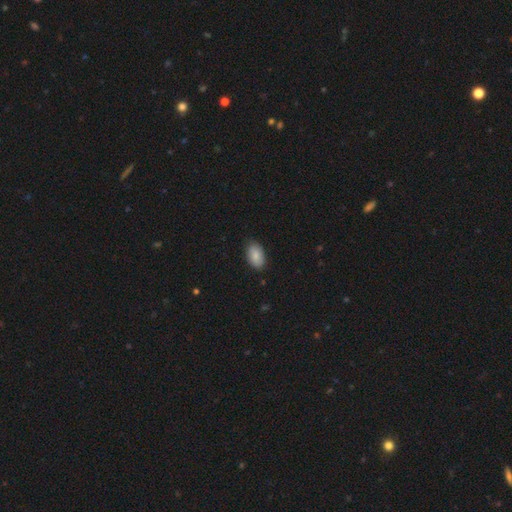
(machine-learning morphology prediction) This is clearly a smooth galaxy (86%). How rounded: clearly in between (93%). Merging: clearly none (86%).